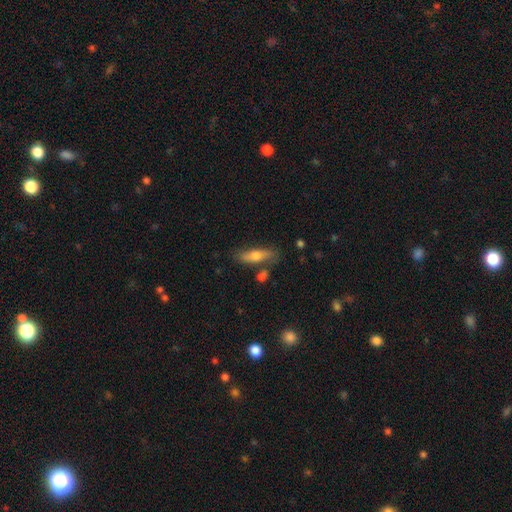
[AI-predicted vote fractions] Smooth or featured? smooth (57%)
How rounded? cigar-shaped (52%)
Merging? none (72%)